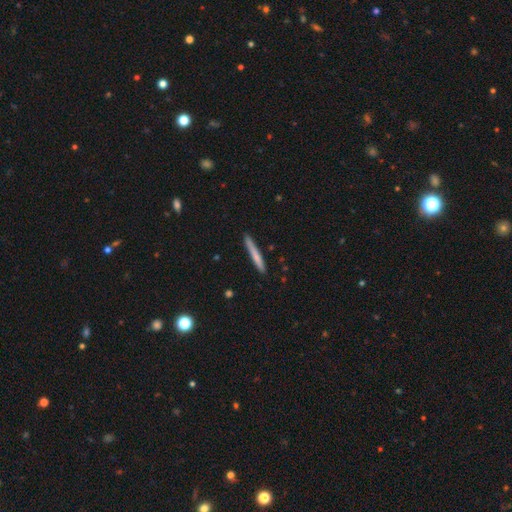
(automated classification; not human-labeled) smooth_or_featured: smooth (p=0.69) [alt: featured or disk p=0.25]
how_rounded: cigar-shaped (p=0.96) [alt: in between p=0.03]
merging: none (p=0.87) [alt: minor disturbance p=0.10]